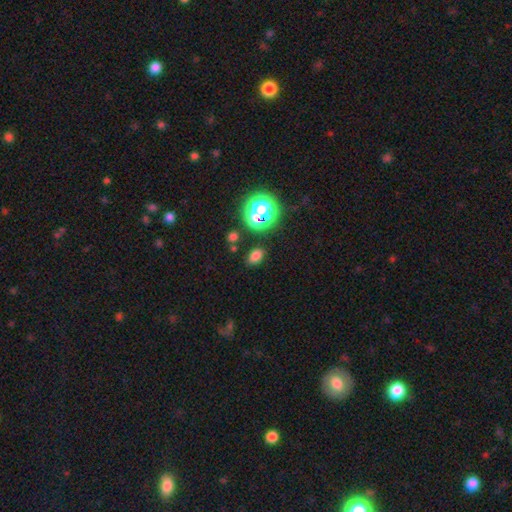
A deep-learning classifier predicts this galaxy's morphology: Q: Smooth or featured?
A: smooth (71%); runner-up: star or artifact (23%)
Q: How rounded?
A: in between (78%); runner-up: round (20%)
Q: Merging?
A: none (83%); runner-up: minor disturbance (11%)